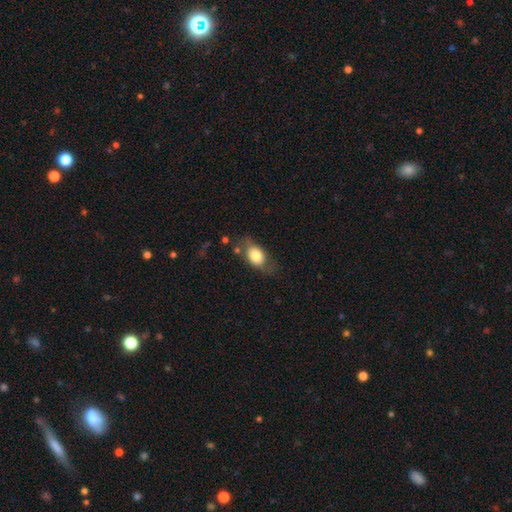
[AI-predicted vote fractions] A smooth galaxy with no disk features (73%) that is in between round and cigar-shaped (80%). Merging: none (60%).